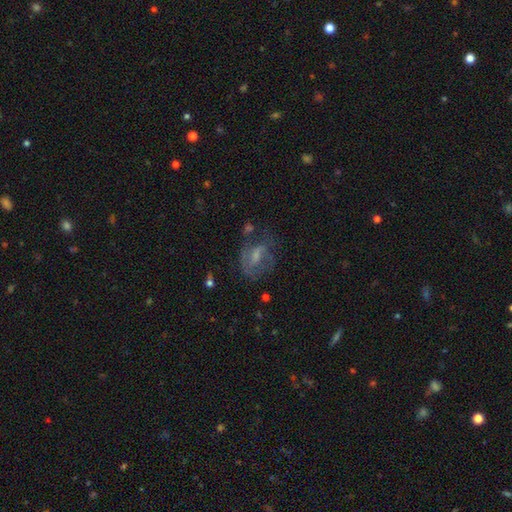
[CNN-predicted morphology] Overall: featured or disk (61%; smooth 26%). Edge-on disk: no (96%). Bar: weak (47%; no 40%). Spiral arms: yes (68%; no 32%). Bulge size: moderate (36%; small 35%). Merging: none (49%; major disturbance 24%).